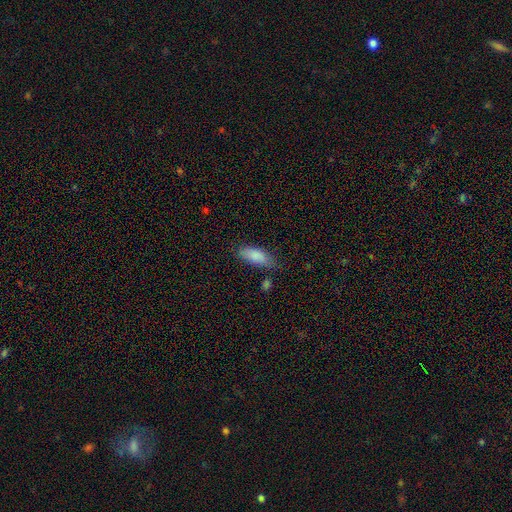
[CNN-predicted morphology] smooth-or-featured: smooth: 86% | featured or disk: 8% | star or artifact: 7%
  how-rounded: in between: 80% | cigar-shaped: 18% | round: 2%
  merging: none: 66% | minor disturbance: 24% | major disturbance: 6% | merger: 4%